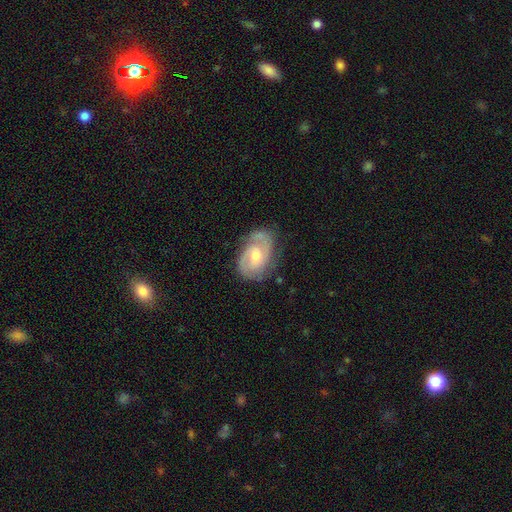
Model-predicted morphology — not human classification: Overall: featured or disk (83%). Edge-on disk: no (97%). Bar: no (51%; weak 41%). Spiral arms: yes (95%). Spiral arm count: 2 (74%). Spiral winding: tight (47%; medium 42%). Bulge size: moderate (62%; small 32%). Merging: none (69%).